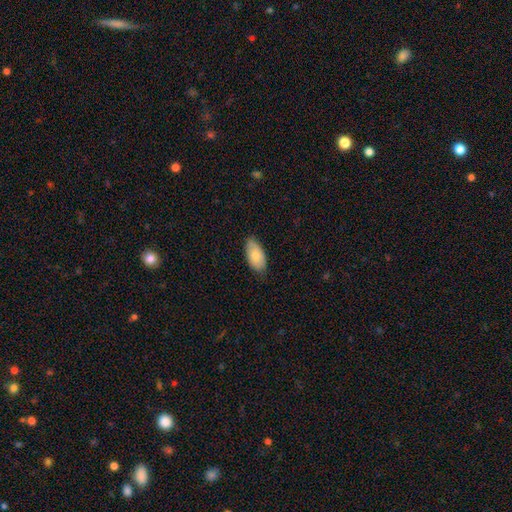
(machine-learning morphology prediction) A smooth galaxy with no disk features (77%) that is in between round and cigar-shaped (94%).

Vote fractions:
- Smooth or featured? smooth: 77% / featured or disk: 17% / star or artifact: 6%
- How rounded? in between: 94% / cigar-shaped: 3% / round: 3%
- Merging? none: 79% / minor disturbance: 18% / major disturbance: 2% / merger: 1%